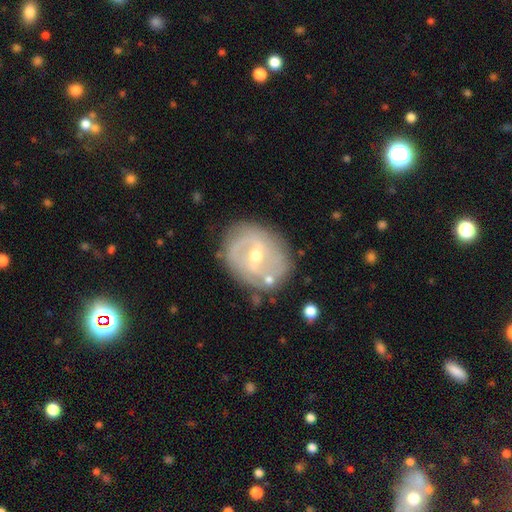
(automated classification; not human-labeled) This is likely a featured or disk galaxy (80%). It is clearly not viewed edge-on (96%). Bar: possibly weak (52%). Spiral arm pattern: clearly yes (81%). Spiral arm count: possibly 2 (57%). Spiral winding: possibly tight (47%). Central bulge: likely moderate (61%). Merging: likely none (75%).